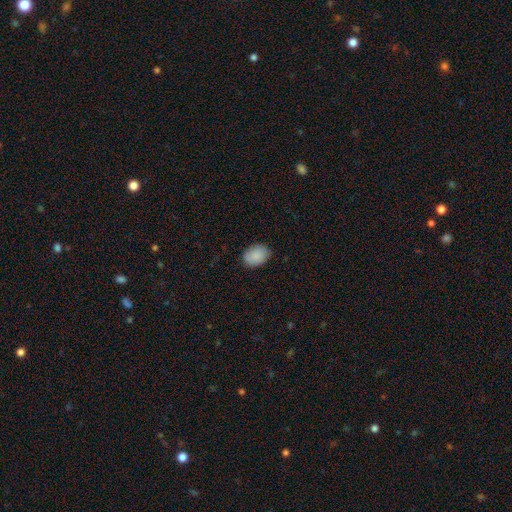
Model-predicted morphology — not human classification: smooth 88%, star or artifact 7%, featured or disk 5%. Down the decision tree: how rounded — in between (75%); merging — none (84%).